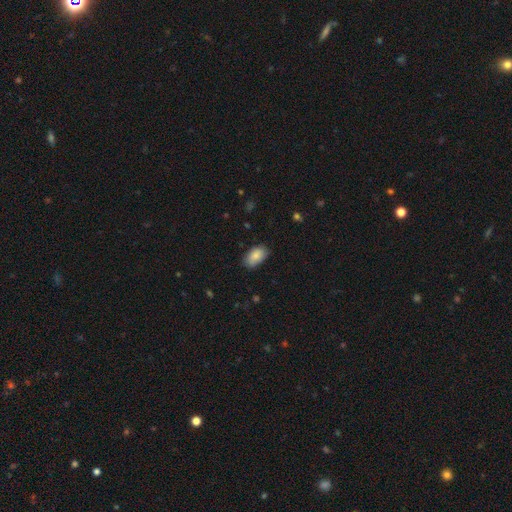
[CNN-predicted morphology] smooth 85%, featured or disk 8%, star or artifact 7%. Down the decision tree: how rounded — in between (93%); merging — none (78%).